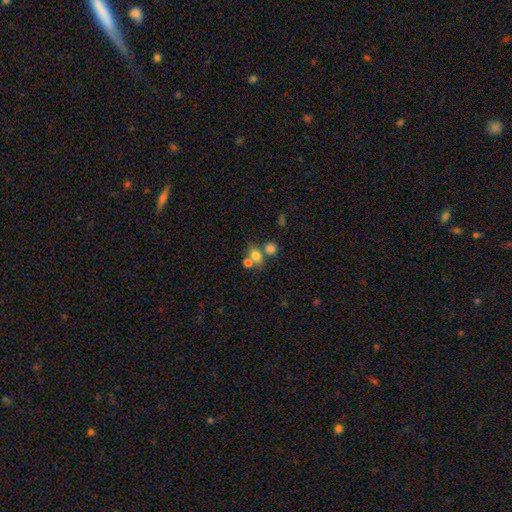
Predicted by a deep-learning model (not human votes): Q: Smooth or featured?
A: smooth (73%); runner-up: star or artifact (14%)
Q: How rounded?
A: in between (55%); runner-up: round (42%)
Q: Merging?
A: merger (42%); tied with: none (42%)